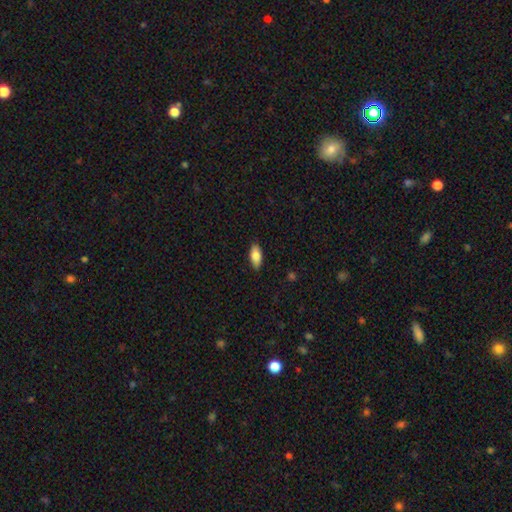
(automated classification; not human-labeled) Overall: smooth (81%). How rounded: in between (85%). Merging: none (88%).